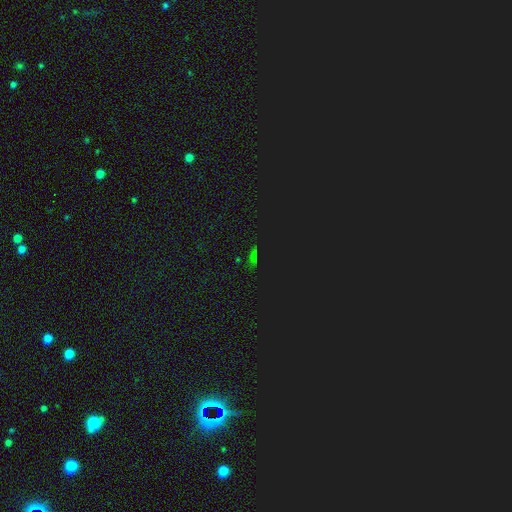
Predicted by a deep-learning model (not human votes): star or artifact 62%, smooth 26%, featured or disk 12%.